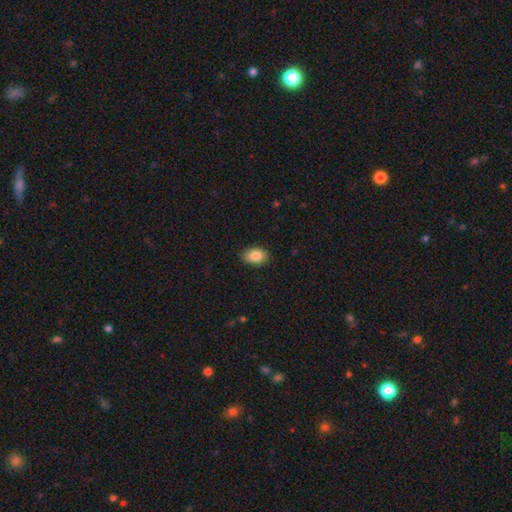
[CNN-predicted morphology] smooth 86%, star or artifact 7%, featured or disk 7%. Down the decision tree: how rounded — in between (86%); merging — none (88%).